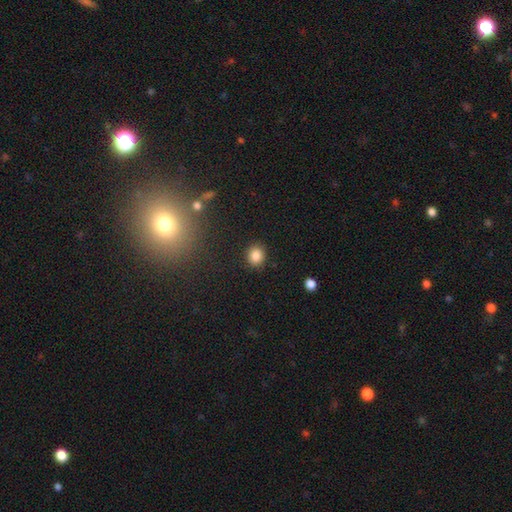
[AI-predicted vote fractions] smooth_or_featured: smooth (p=0.85) [alt: star or artifact p=0.10]
how_rounded: round (p=0.79) [alt: in between p=0.20]
merging: none (p=0.89) [alt: minor disturbance p=0.07]